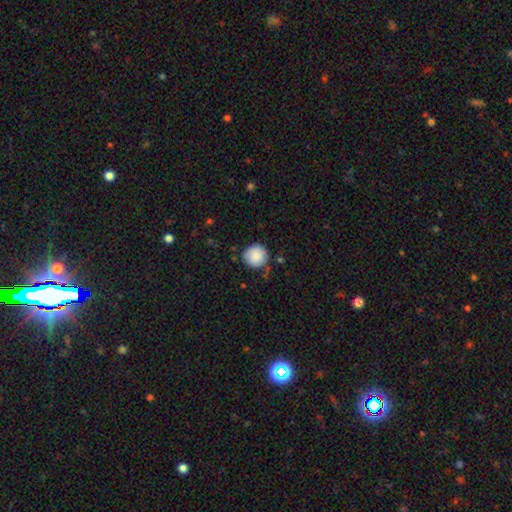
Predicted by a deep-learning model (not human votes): A smooth galaxy with no disk features (87%) that is round (93%).

Vote fractions:
- Smooth or featured? smooth: 87% / star or artifact: 8% / featured or disk: 6%
- How rounded? round: 93% / in between: 7% / cigar-shaped: 1%
- Merging? none: 78% / minor disturbance: 16% / major disturbance: 3% / merger: 3%